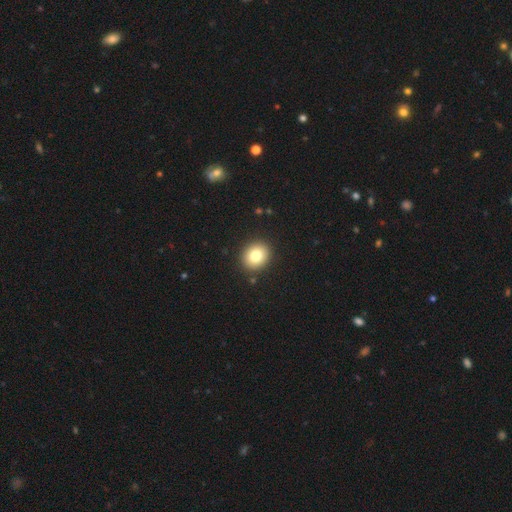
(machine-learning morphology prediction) Q: Smooth or featured?
A: smooth (80%); runner-up: featured or disk (10%)
Q: How rounded?
A: round (73%); runner-up: in between (26%)
Q: Merging?
A: none (90%); runner-up: minor disturbance (7%)